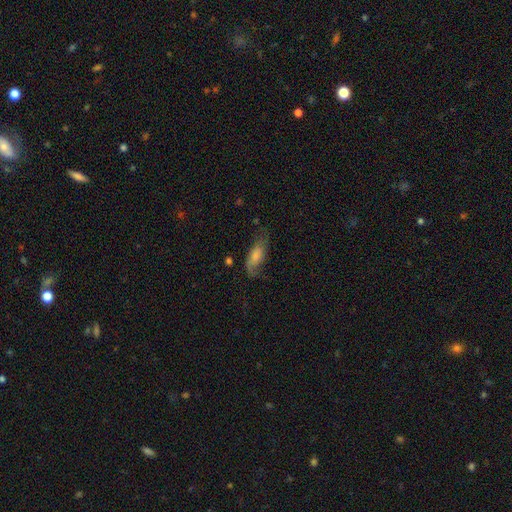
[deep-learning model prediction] Overall: smooth (53%; featured or disk 39%). How rounded: in between (79%). Merging: none (50%; minor disturbance 28%).